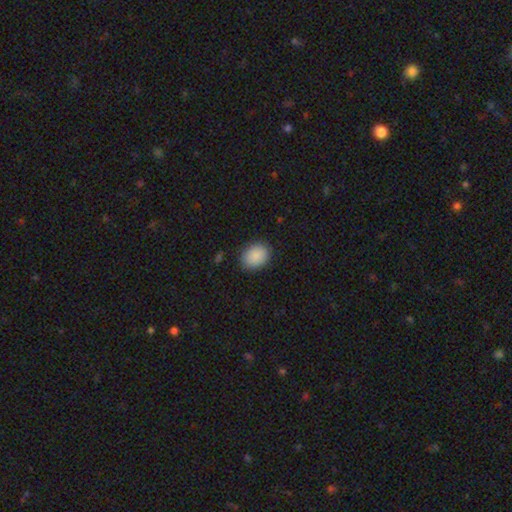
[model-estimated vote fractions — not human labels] Morphology: type=smooth (89%); roundness=in between (58%); merging=none (86%).